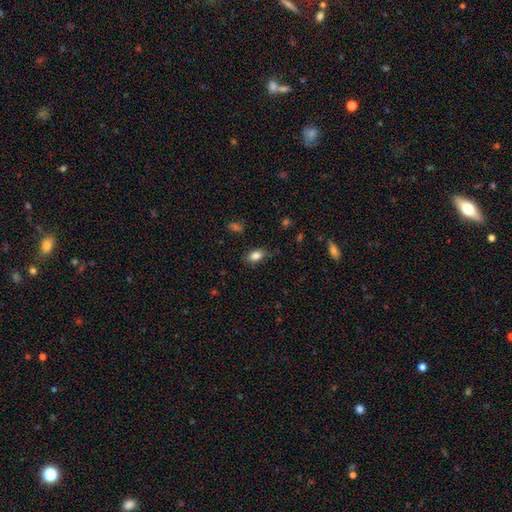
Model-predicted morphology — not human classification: smooth_or_featured: smooth (p=0.85) [alt: star or artifact p=0.09]
how_rounded: in between (p=0.87) [alt: round p=0.10]
merging: none (p=0.81) [alt: minor disturbance p=0.14]